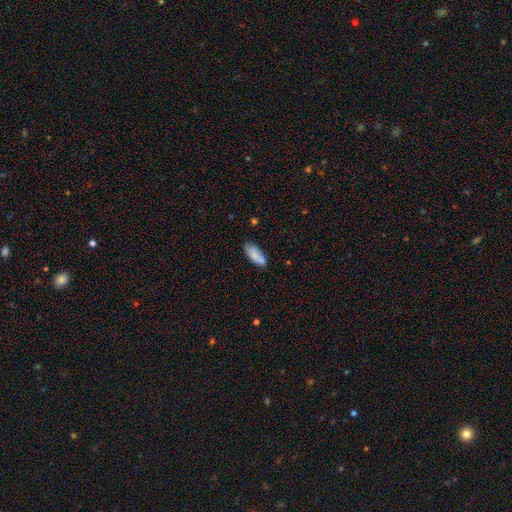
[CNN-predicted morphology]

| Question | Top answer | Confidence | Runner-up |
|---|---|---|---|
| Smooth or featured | smooth | 80% | featured or disk (13%) |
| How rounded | in between | 76% | cigar-shaped (22%) |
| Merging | none | 62% | minor disturbance (22%) |